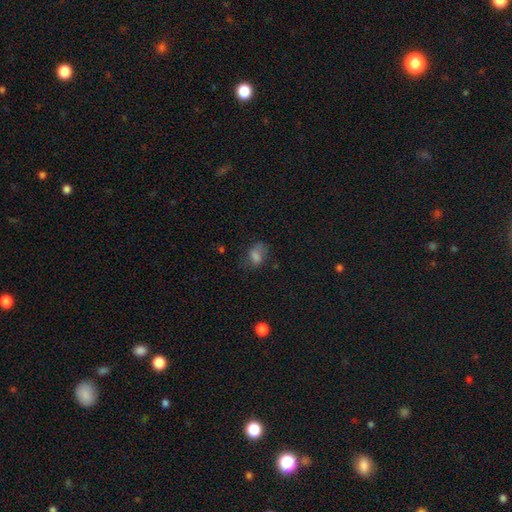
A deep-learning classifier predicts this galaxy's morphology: Smooth or featured? Predicted: smooth (p=0.67). How rounded? Predicted: in between (p=0.72). Merging? Predicted: none (p=0.53).